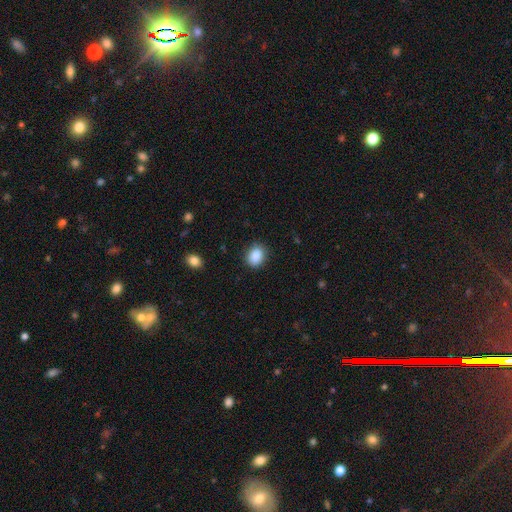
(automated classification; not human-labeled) Smooth or featured?
  - smooth: 88% *
  - star or artifact: 8%
  - featured or disk: 3%
How rounded?
  - in between: 50% *
  - round: 48%
  - cigar-shaped: 1%
Merging?
  - none: 85% *
  - minor disturbance: 11%
  - major disturbance: 3%
  - merger: 1%